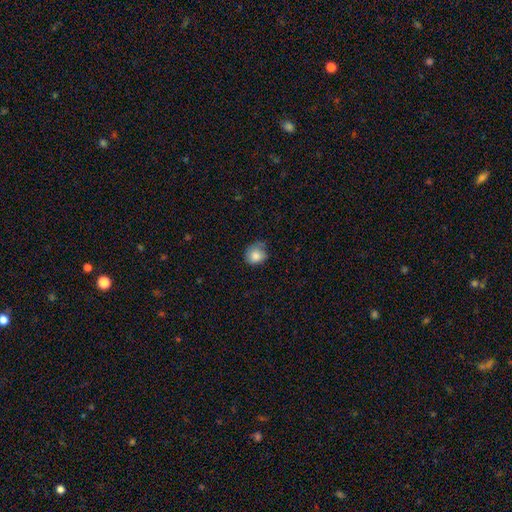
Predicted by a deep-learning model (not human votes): Overall: smooth (83%). How rounded: round (76%). Merging: none (58%; minor disturbance 33%).